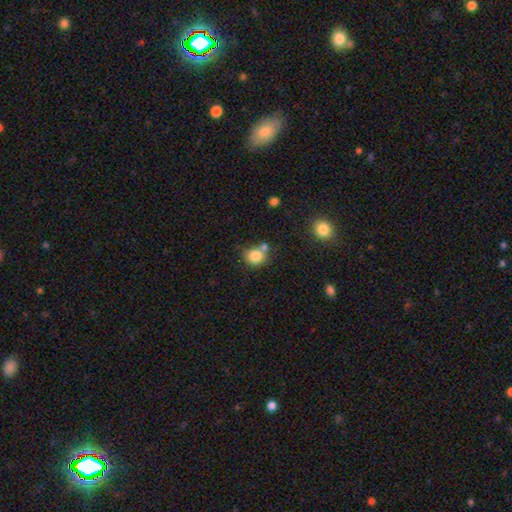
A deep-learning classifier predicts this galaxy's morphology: Overall: smooth (83%). How rounded: round (79%). Merging: none (58%; merger 24%).